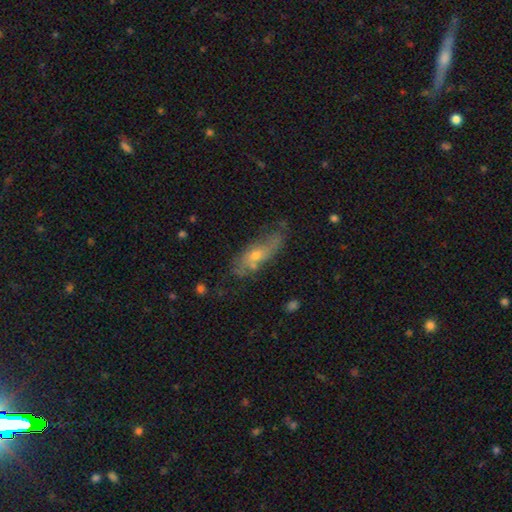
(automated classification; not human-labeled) Smooth or featured?
  - smooth: 46% *
  - featured or disk: 45%
  - star or artifact: 8%
Merging?
  - none: 55% *
  - minor disturbance: 27%
  - major disturbance: 11%
  - merger: 6%